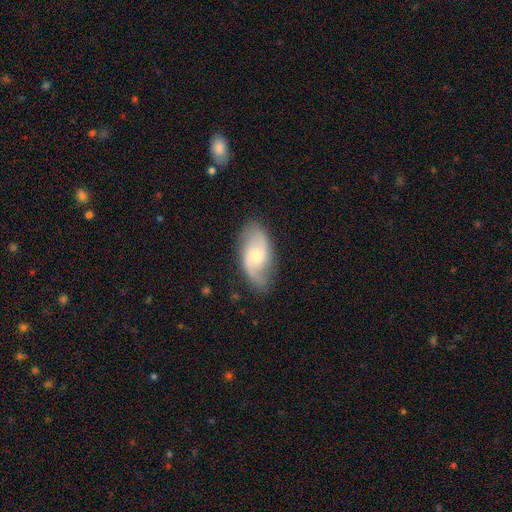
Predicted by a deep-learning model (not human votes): This is likely a featured or disk galaxy (75%). It is clearly not viewed edge-on (95%). Bar: possibly no (55%). Spiral arm pattern: clearly yes (94%). Spiral arm count: clearly 2 (86%). Spiral winding: possibly medium (46%). Central bulge: possibly moderate (52%). Merging: likely none (79%).